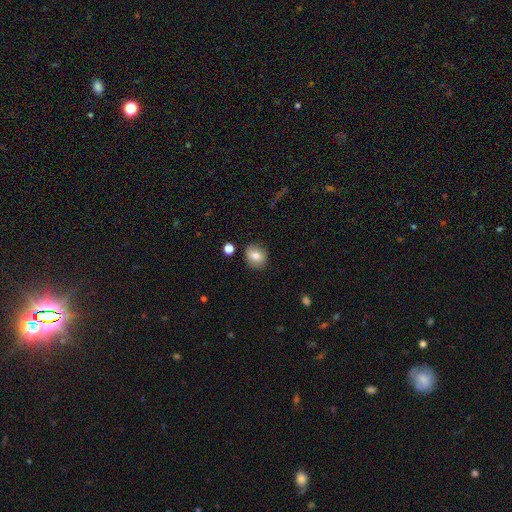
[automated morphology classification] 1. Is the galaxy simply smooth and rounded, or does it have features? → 76% smooth, 15% featured or disk, 10% star or artifact.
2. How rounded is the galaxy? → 78% round, 21% in between, 1% cigar-shaped.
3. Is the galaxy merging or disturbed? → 84% none, 11% minor disturbance, 3% major disturbance, 2% merger.